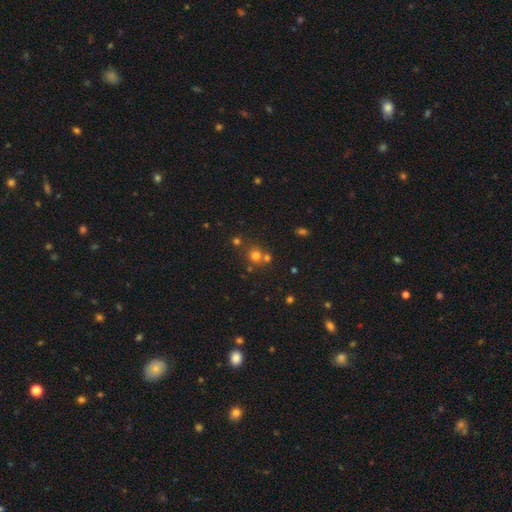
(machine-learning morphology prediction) Smooth or featured?
  - smooth: 69% *
  - star or artifact: 21%
  - featured or disk: 9%
How rounded?
  - round: 87% *
  - in between: 12%
  - cigar-shaped: 1%
Merging?
  - none: 61% *
  - merger: 28%
  - minor disturbance: 8%
  - major disturbance: 3%